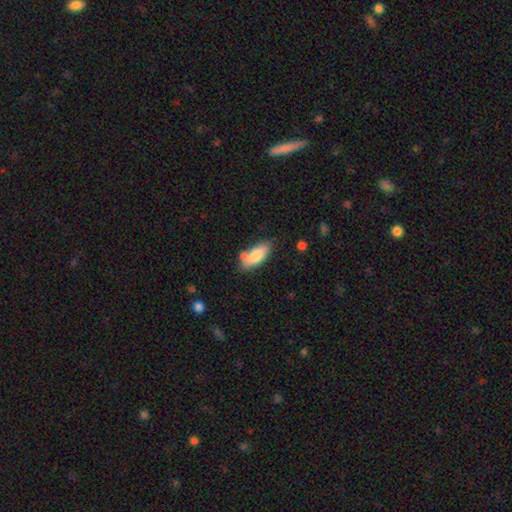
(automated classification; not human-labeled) A smooth galaxy with no disk features (80%) that is in between round and cigar-shaped (80%).

Vote fractions:
- Smooth or featured? smooth: 80% / featured or disk: 14% / star or artifact: 6%
- How rounded? in between: 80% / cigar-shaped: 18% / round: 2%
- Merging? none: 65% / minor disturbance: 18% / merger: 14% / major disturbance: 4%